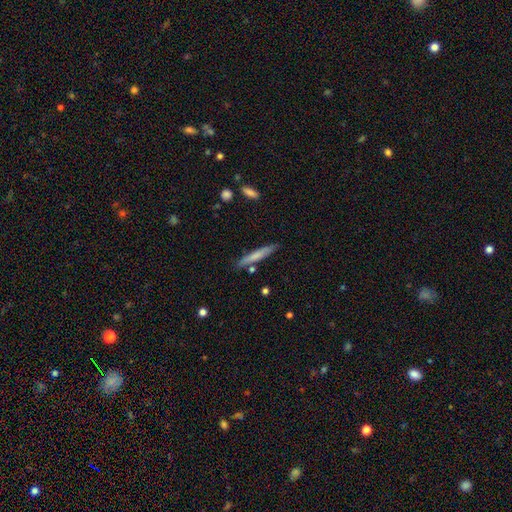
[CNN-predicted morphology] Smooth or featured? smooth (64%)
How rounded? cigar-shaped (94%)
Merging? none (84%)